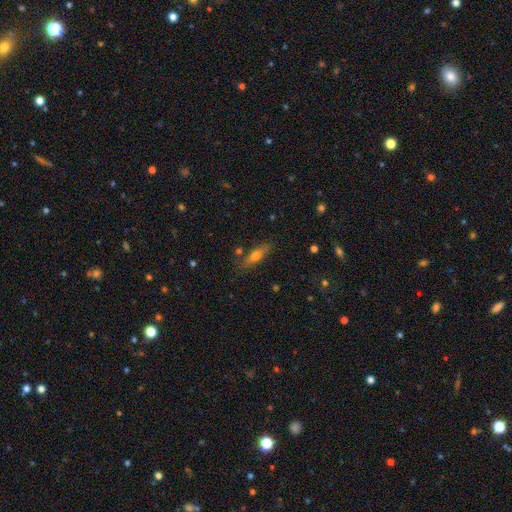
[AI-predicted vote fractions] This appears to be a smooth galaxy with no disk features (54%) that is cigar-shaped (60%). Merging: none (78%).